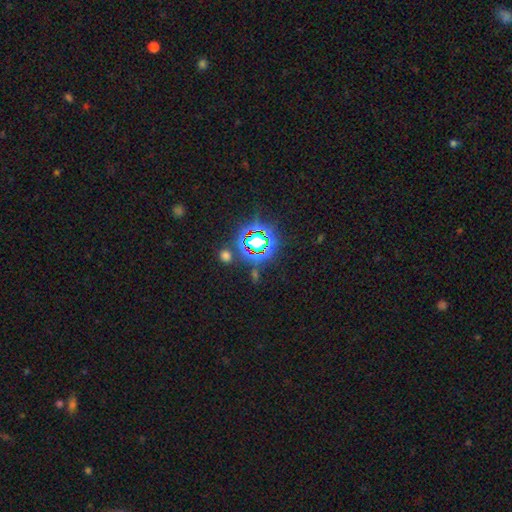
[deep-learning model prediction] A star or artifact, not a galaxy (79%).

Vote fractions:
- Smooth or featured? star or artifact: 79% / smooth: 13% / featured or disk: 8%